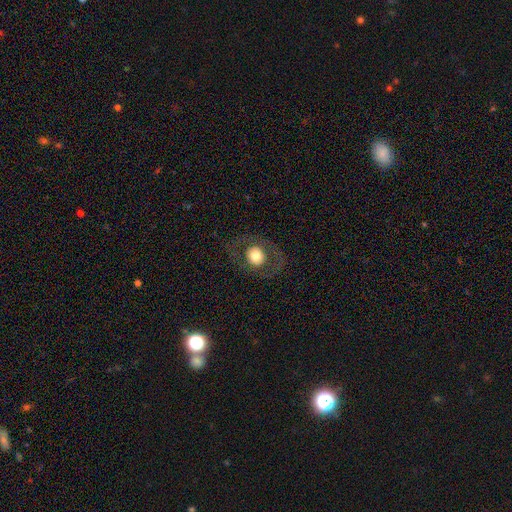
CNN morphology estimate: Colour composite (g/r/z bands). It shows a smooth galaxy with no disk features (60%) that is round (70%). Merging: none (81%).